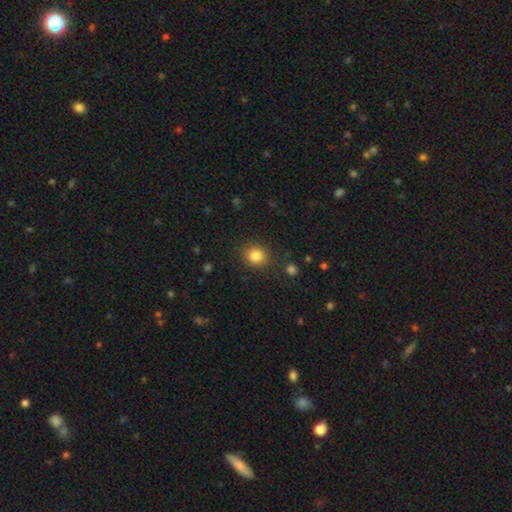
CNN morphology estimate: This is clearly a smooth galaxy (84%). How rounded: clearly round (81%). Merging: clearly none (85%).